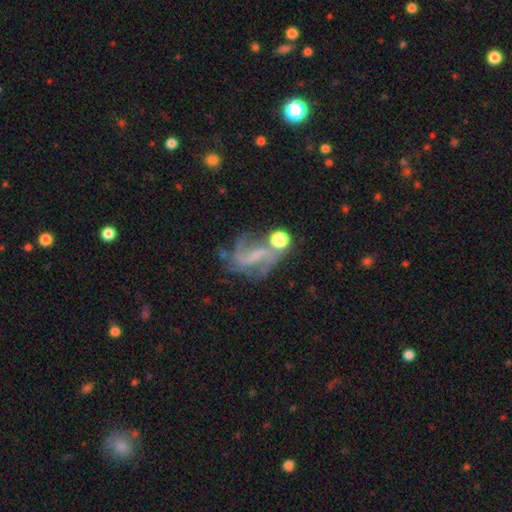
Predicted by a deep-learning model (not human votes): A featured or disk galaxy (73%) with a weak bar (39%), 2 (74%) loose (60%) spiral arms (86%) and no central bulge (58%). Merging: none (45%).